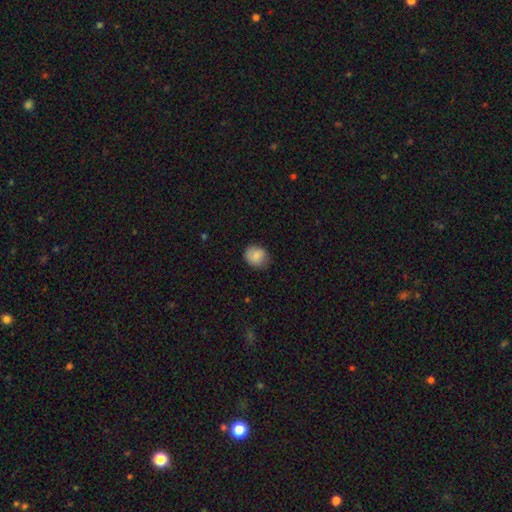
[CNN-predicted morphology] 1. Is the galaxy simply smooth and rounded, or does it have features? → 83% smooth, 9% featured or disk, 8% star or artifact.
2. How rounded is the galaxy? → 75% round, 24% in between, 1% cigar-shaped.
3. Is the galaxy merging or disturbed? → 81% none, 15% minor disturbance, 3% major disturbance, 1% merger.